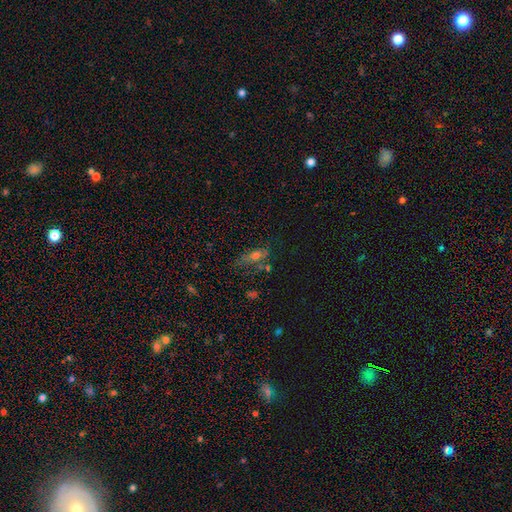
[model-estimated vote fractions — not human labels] A smooth galaxy with no disk features (45%).

Vote fractions:
- Smooth or featured? smooth: 45% / featured or disk: 31% / star or artifact: 24%
- Merging? none: 58% / minor disturbance: 21% / major disturbance: 12% / merger: 9%